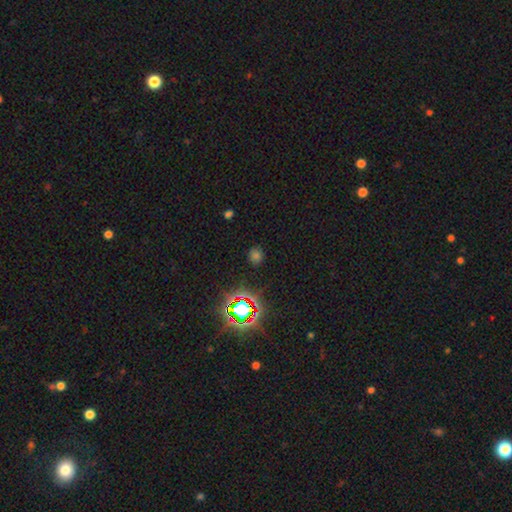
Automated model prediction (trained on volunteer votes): Morphology: type=smooth (51%); roundness=round (84%); merging=none (86%).